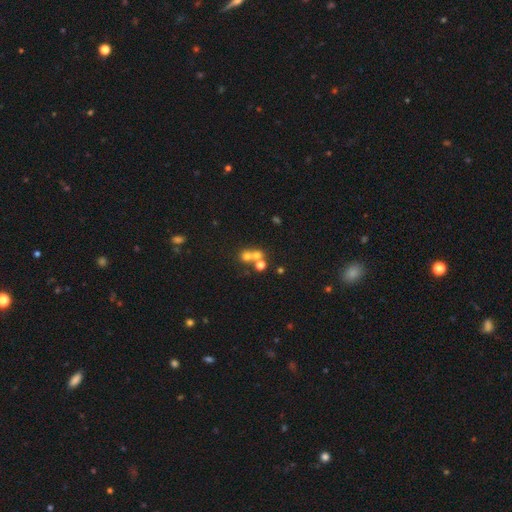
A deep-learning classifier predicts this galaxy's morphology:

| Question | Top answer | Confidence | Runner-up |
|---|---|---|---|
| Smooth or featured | smooth | 60% | featured or disk (21%) |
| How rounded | round | 81% | in between (18%) |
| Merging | merger | 53% | none (36%) |